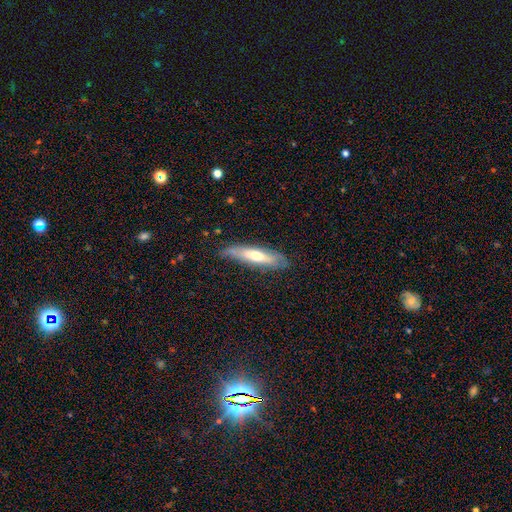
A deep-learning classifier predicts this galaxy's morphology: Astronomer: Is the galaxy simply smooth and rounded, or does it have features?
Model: smooth — 50% (runner-up: featured or disk, 44%).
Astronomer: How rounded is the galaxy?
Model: cigar-shaped — 74%.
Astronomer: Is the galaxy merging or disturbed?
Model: none — 74%.